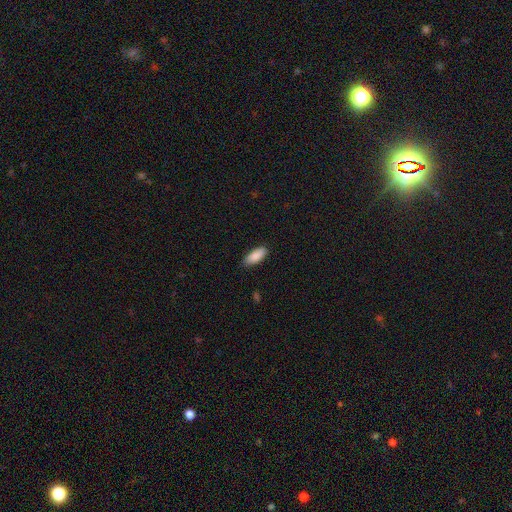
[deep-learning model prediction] smooth_or_featured: smooth (p=0.89) [alt: star or artifact p=0.06]
how_rounded: in between (p=0.80) [alt: cigar-shaped p=0.18]
merging: none (p=0.83) [alt: minor disturbance p=0.14]